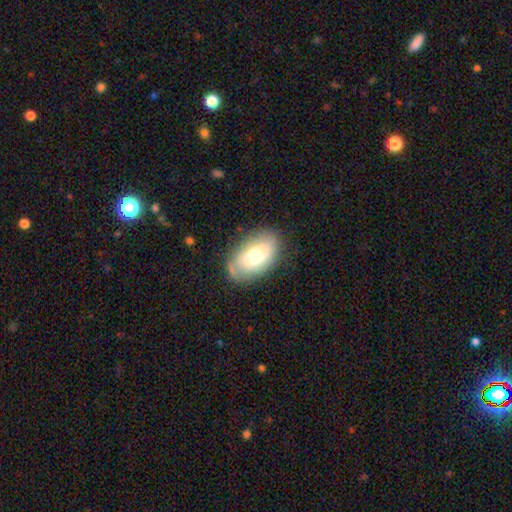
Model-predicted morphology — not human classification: The model was most divided on "smooth or featured": smooth: 69%, featured or disk: 24%, star or artifact: 7%. More confident: how rounded — in between (93%); merging — none (74%).